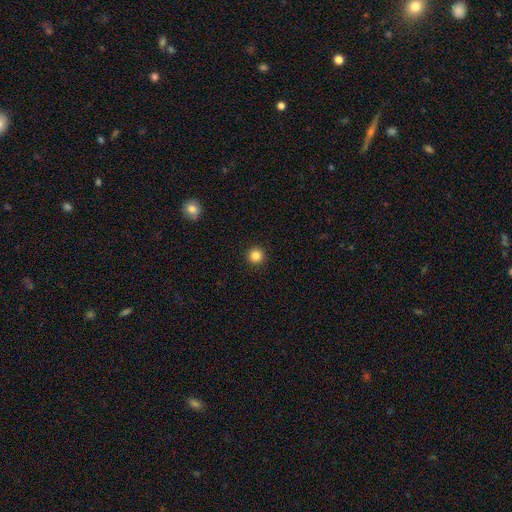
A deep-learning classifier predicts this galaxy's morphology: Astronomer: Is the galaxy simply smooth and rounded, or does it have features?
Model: smooth — 84%.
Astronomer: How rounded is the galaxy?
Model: round — 96%.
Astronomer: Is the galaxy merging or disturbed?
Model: none — 93%.